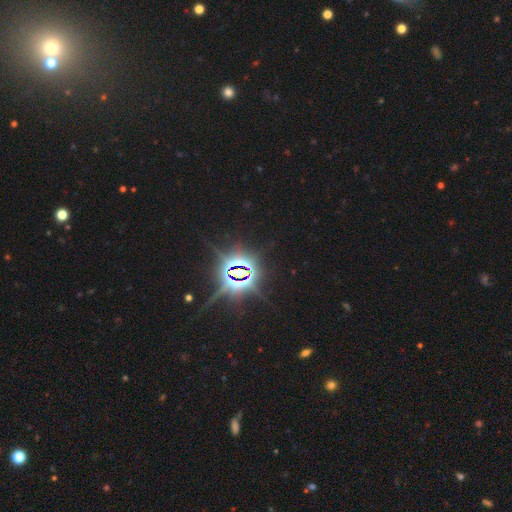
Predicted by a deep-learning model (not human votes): Smooth or featured? Predicted: star or artifact (p=0.86).